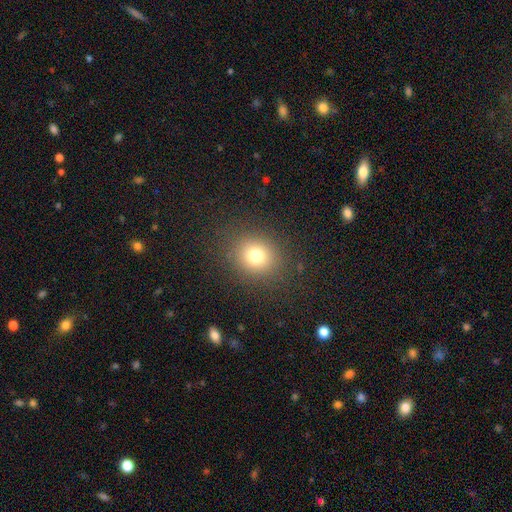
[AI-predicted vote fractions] smooth 76%, star or artifact 15%, featured or disk 9%. Down the decision tree: how rounded — round (79%); merging — none (87%).